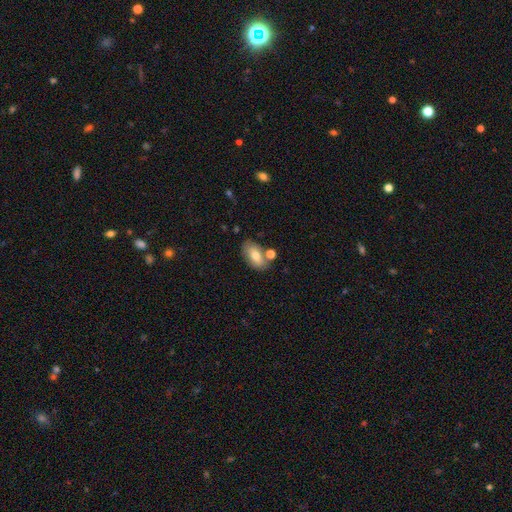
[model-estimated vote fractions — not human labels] smooth_or_featured: smooth (p=0.72) [alt: featured or disk p=0.20]
how_rounded: in between (p=0.90) [alt: round p=0.08]
merging: none (p=0.64) [alt: merger p=0.16]